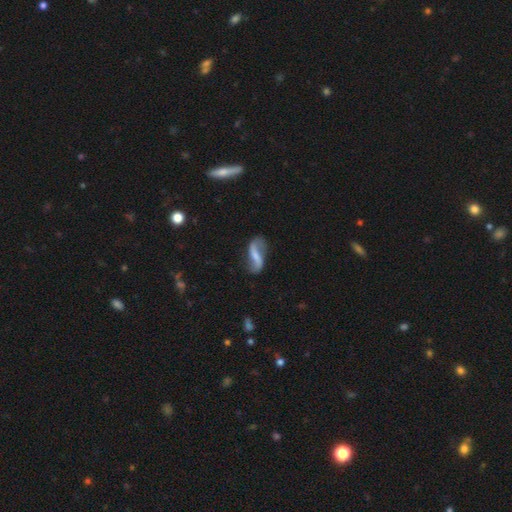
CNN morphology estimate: featured or disk 78%, smooth 16%, star or artifact 6%. Down the decision tree: edge-on disk — no (95%); bar — strong (43%); spiral arms — yes (91%); spiral arm count — 2 (91%); spiral winding — loose (85%); bulge size — none (38%); merging — none (72%).